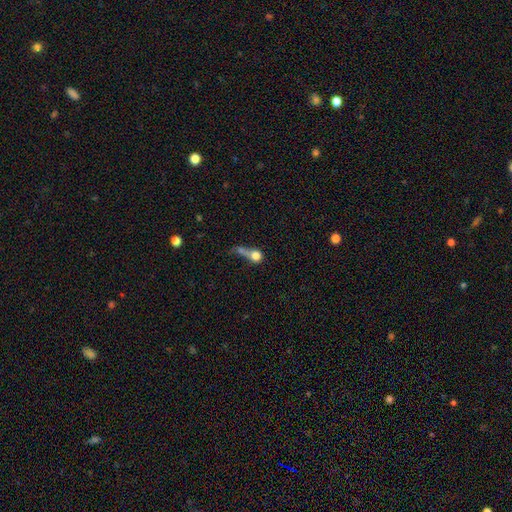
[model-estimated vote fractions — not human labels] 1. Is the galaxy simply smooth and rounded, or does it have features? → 71% smooth, 17% featured or disk, 12% star or artifact.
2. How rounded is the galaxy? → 71% round, 24% in between, 5% cigar-shaped.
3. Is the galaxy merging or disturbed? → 48% merger, 22% none, 19% major disturbance, 11% minor disturbance.